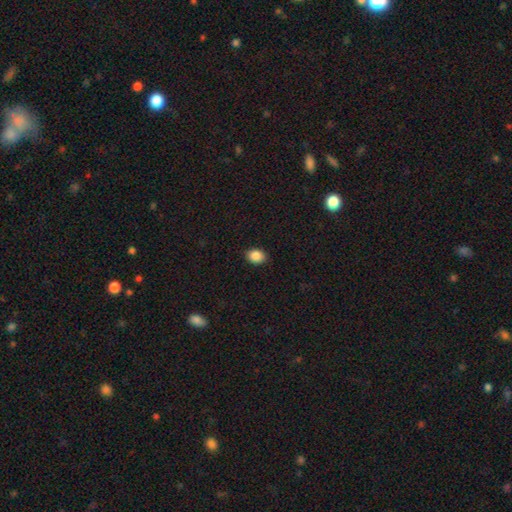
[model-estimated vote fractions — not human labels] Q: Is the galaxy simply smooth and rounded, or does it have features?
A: smooth — 87%.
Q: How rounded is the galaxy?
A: in between — 66%.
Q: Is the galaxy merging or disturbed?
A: none — 89%.